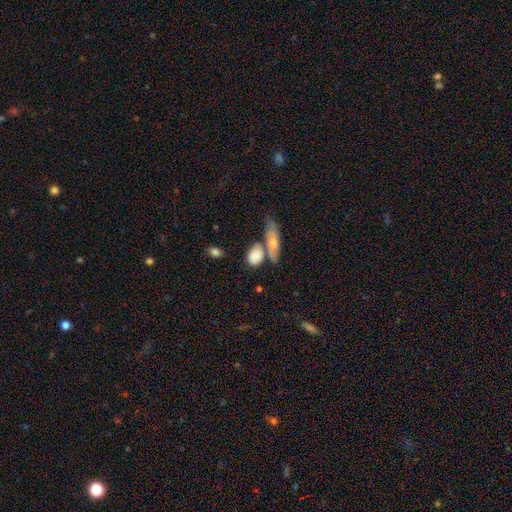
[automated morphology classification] The model was most divided on "merging": none: 46%, merger: 31%, minor disturbance: 17%, major disturbance: 6%. More confident: smooth or featured — smooth (78%); how rounded — in between (67%).